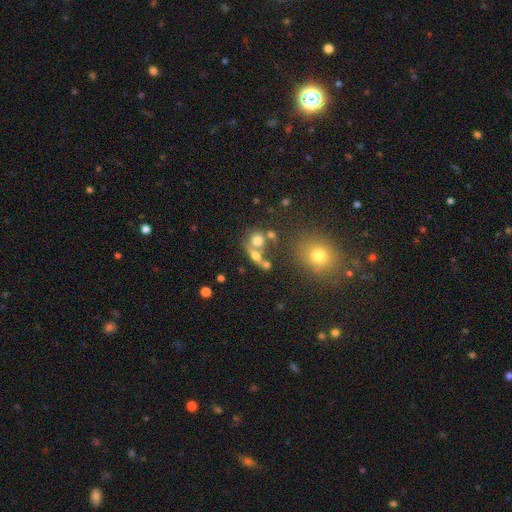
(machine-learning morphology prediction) This appears to be a smooth galaxy with no disk features (55%) that is round (47%). Merging: none (41%).